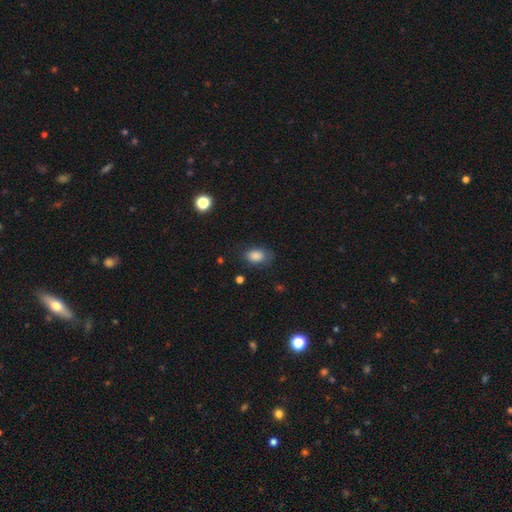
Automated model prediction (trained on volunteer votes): Smooth or featured? smooth (85%)
How rounded? in between (83%)
Merging? none (71%)